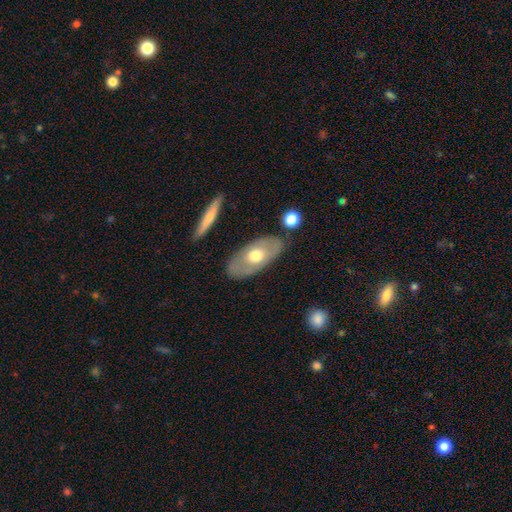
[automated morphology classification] Smooth or featured: smooth — 49% (featured or disk — 46%)
Merging: none — 81% (minor disturbance — 12%)